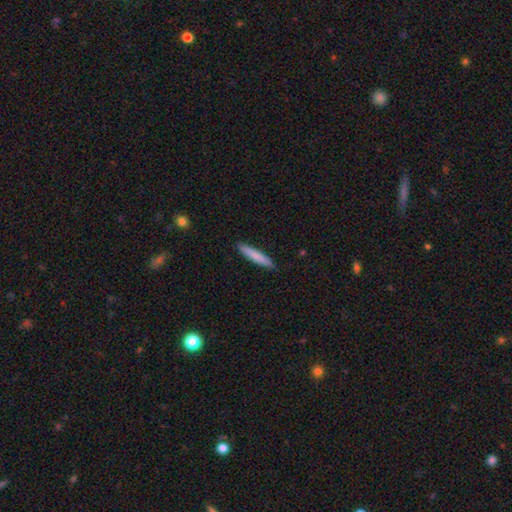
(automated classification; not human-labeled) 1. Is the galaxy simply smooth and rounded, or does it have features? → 79% smooth, 16% featured or disk, 5% star or artifact.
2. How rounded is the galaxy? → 92% cigar-shaped, 7% in between, 1% round.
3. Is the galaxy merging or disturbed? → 89% none, 8% minor disturbance, 1% major disturbance, 1% merger.